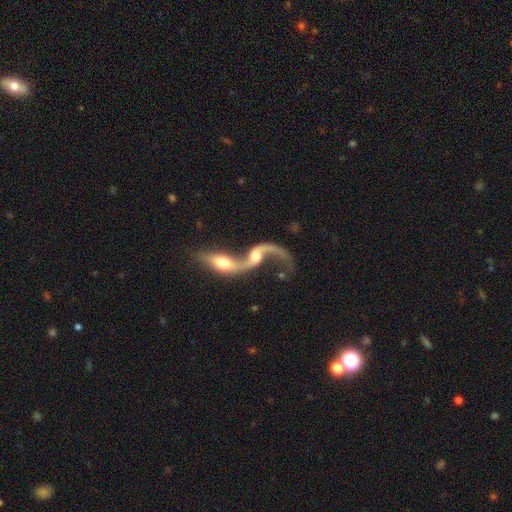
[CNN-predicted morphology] A featured or disk galaxy (80%) with no bar (54%), 2 (82%) loose (91%) spiral arms (87%) and a moderate central bulge (53%).

Vote fractions:
- Smooth or featured? featured or disk: 80% / smooth: 14% / star or artifact: 7%
- Edge-on disk? no: 91% / yes: 9%
- Bar? no: 54% / weak: 34% / strong: 12%
- Spiral arms? yes: 87% / no: 13%
- Spiral winding? loose: 91% / medium: 7% / tight: 2%
- Spiral arm count? 2: 82% / 1: 12% / can't tell: 3% / 3: 1% / 4: 1% / more than 4: 1%
- Bulge size? moderate: 53% / small: 24% / large: 13% / none: 8% / dominant: 2%
- Merging? merger: 71% / none: 16% / major disturbance: 8% / minor disturbance: 6%